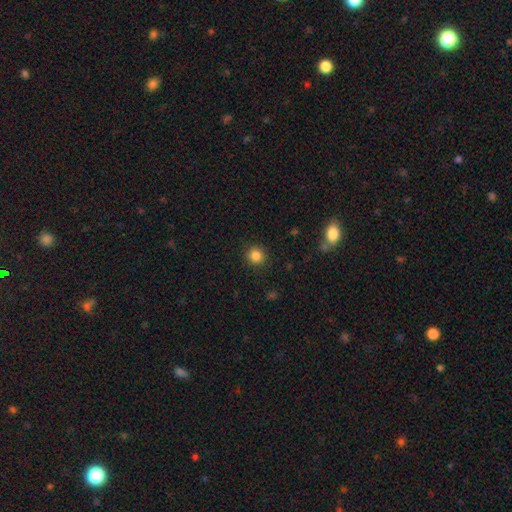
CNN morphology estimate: A smooth galaxy with no disk features (85%) that is round (92%).

Vote fractions:
- Smooth or featured? smooth: 85% / star or artifact: 11% / featured or disk: 4%
- How rounded? round: 92% / in between: 7% / cigar-shaped: 1%
- Merging? none: 91% / minor disturbance: 6% / major disturbance: 2% / merger: 1%